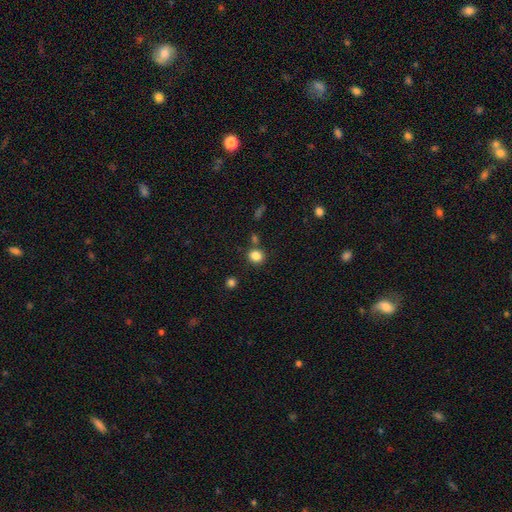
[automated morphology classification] This appears to be a smooth galaxy with no disk features (84%) that is round (79%). Merging: none (80%).